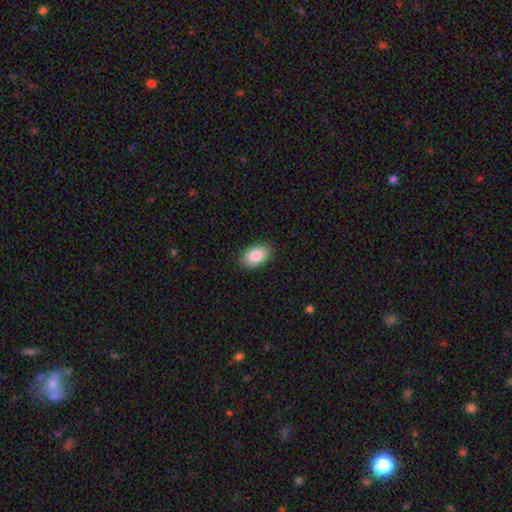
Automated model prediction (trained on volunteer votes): Smooth or featured: smooth — 85% (featured or disk — 8%)
How rounded: in between — 92% (round — 7%)
Merging: none — 88% (minor disturbance — 9%)